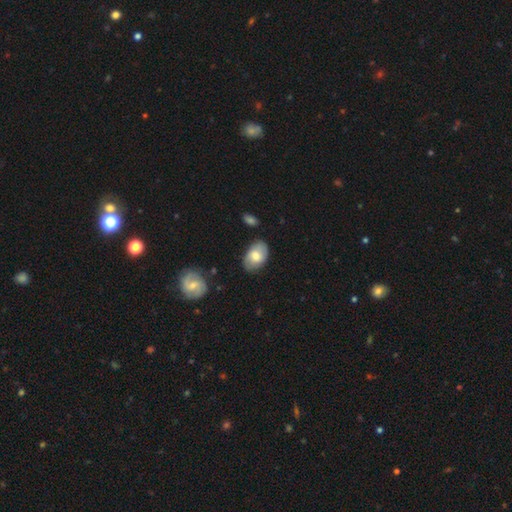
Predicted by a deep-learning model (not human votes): Morphology: type=smooth (65%); roundness=in between (88%); merging=none (75%).